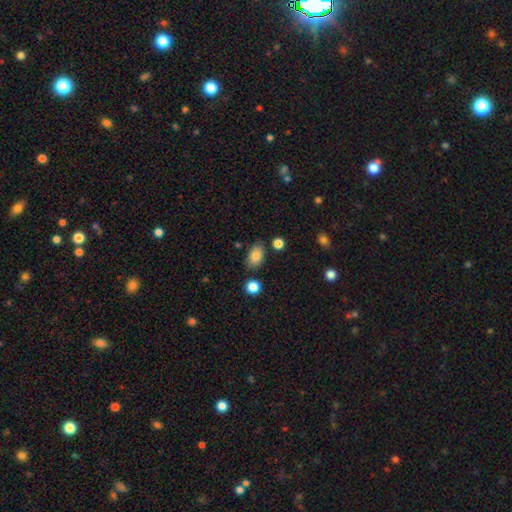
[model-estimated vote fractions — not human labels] Smooth or featured: smooth — 84% (star or artifact — 9%)
How rounded: in between — 87% (round — 11%)
Merging: none — 79% (minor disturbance — 13%)